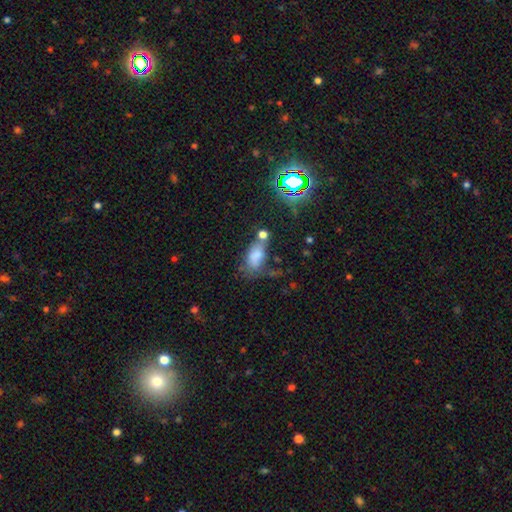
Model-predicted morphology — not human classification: A smooth galaxy with no disk features (68%) that is in between round and cigar-shaped (86%). Merging: none (29%).